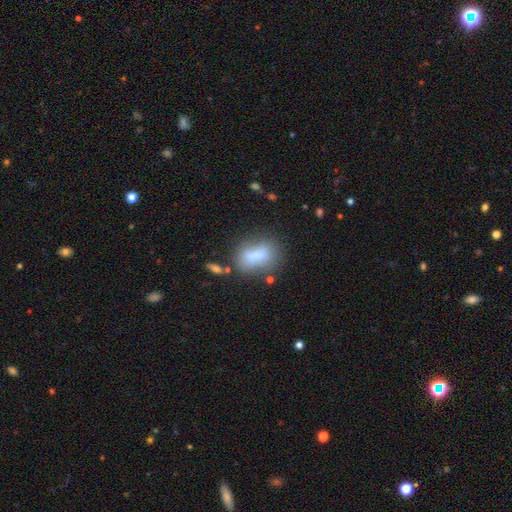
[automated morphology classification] A smooth galaxy with no disk features (75%) that is in between round and cigar-shaped (76%). Merging: none (53%).